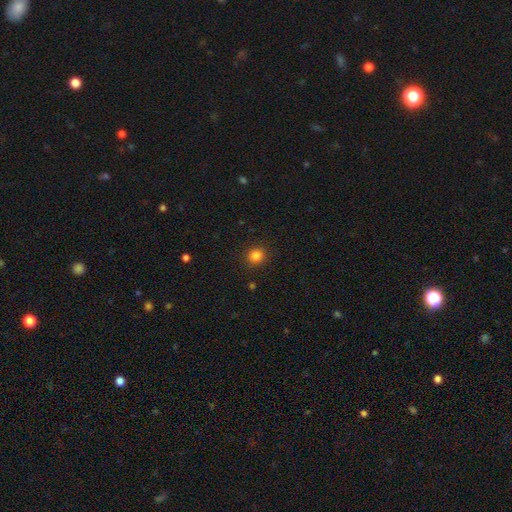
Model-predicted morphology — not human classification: Q: Smooth or featured?
A: smooth (84%); runner-up: star or artifact (12%)
Q: How rounded?
A: round (88%); runner-up: in between (12%)
Q: Merging?
A: none (90%); runner-up: minor disturbance (7%)